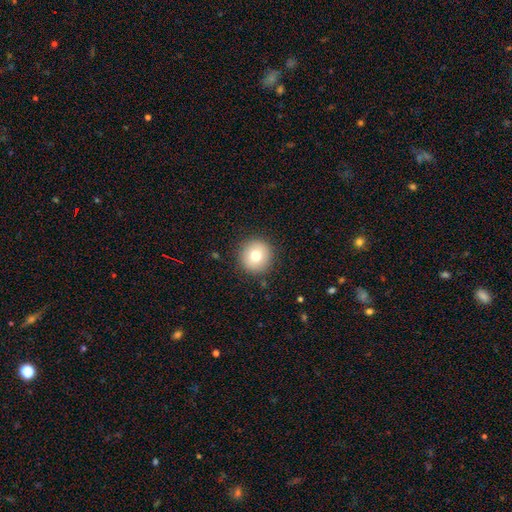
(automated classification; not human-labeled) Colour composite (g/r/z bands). It shows a smooth galaxy with no disk features (77%) that is round (95%). Merging: none (90%).